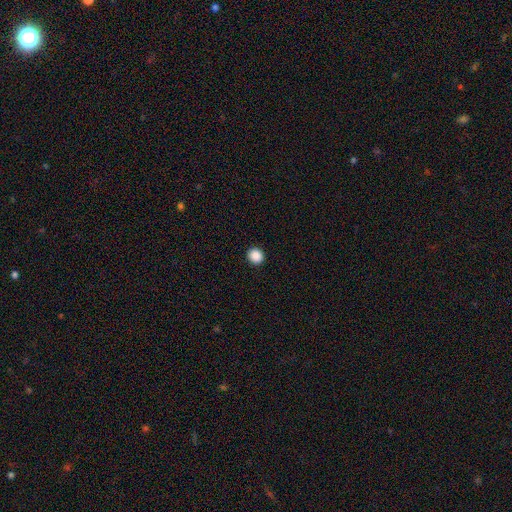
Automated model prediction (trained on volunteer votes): Smooth or featured?
  - smooth: 89% *
  - star or artifact: 9%
  - featured or disk: 2%
How rounded?
  - round: 89% *
  - in between: 10%
  - cigar-shaped: 1%
Merging?
  - none: 93% *
  - minor disturbance: 4%
  - major disturbance: 2%
  - merger: 1%